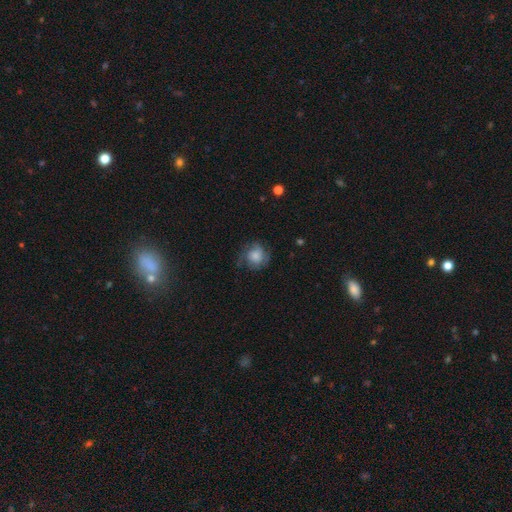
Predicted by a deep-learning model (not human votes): smooth 46% (tied), featured or disk 46% (tied), star or artifact 9%. Down the decision tree: merging — none (65%).